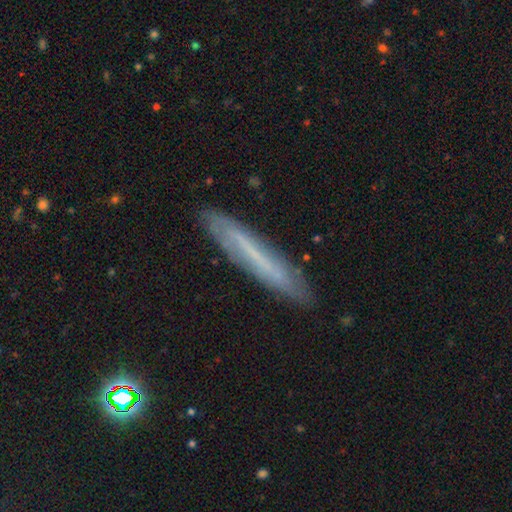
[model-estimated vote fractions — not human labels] Morphology: type=featured or disk (47%); merging=none (84%).